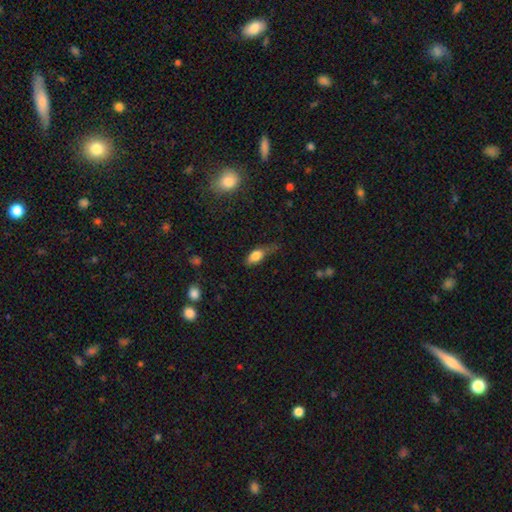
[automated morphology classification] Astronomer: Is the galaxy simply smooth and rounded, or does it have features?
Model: smooth — 75%.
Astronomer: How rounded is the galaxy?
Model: in between — 79%.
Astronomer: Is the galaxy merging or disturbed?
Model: none — 41% (runner-up: minor disturbance, 37%).